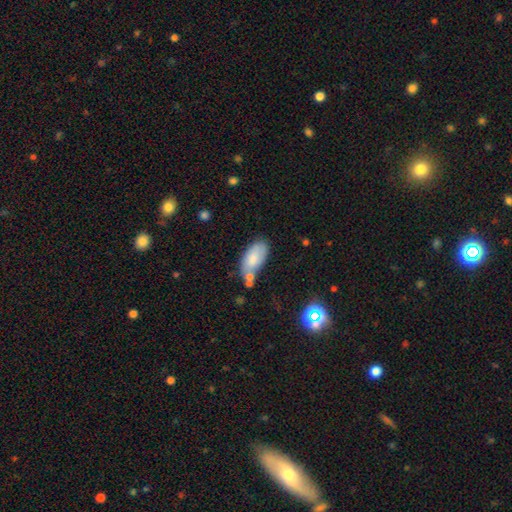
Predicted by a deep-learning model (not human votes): A smooth galaxy with no disk features (79%) that is in between round and cigar-shaped (91%). Merging: none (59%).